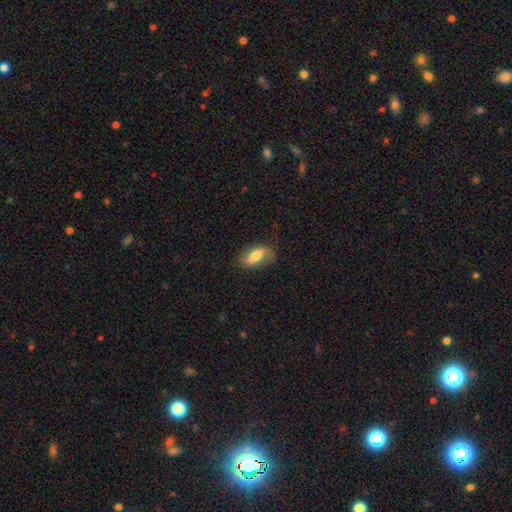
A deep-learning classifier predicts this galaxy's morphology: type=smooth (56%); roundness=in between (86%); merging=none (70%).